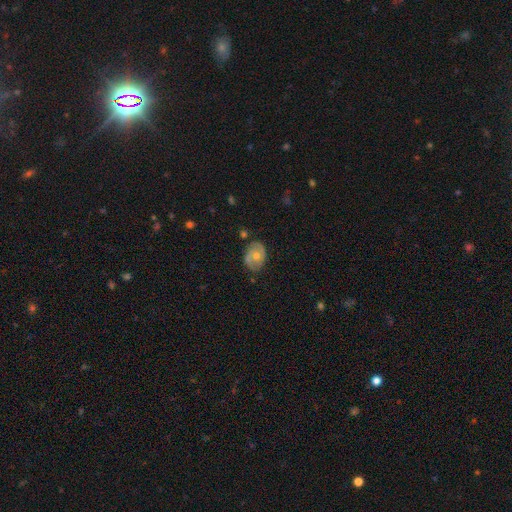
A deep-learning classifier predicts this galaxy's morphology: Smooth or featured: featured or disk — 55% (smooth — 38%)
Edge-on disk: no — 95% (yes — 5%)
Bar: no — 75% (weak — 21%)
Spiral arms: yes — 64% (no — 36%)
Bulge size: moderate — 68% (small — 27%)
Merging: none — 74% (minor disturbance — 19%)